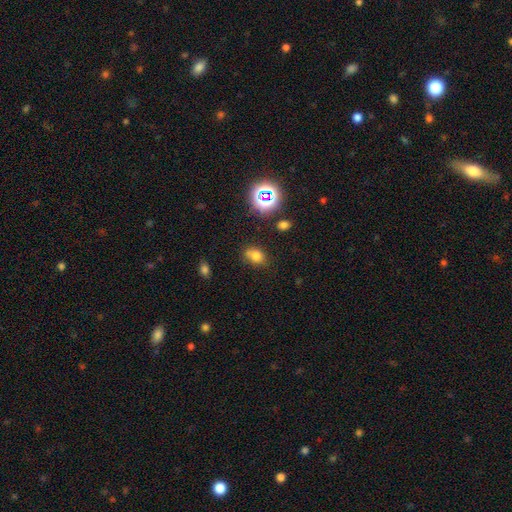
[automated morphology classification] Smooth or featured?
  - smooth: 71% *
  - star or artifact: 19%
  - featured or disk: 10%
How rounded?
  - in between: 56% *
  - round: 43%
  - cigar-shaped: 1%
Merging?
  - none: 58% *
  - minor disturbance: 18%
  - merger: 17%
  - major disturbance: 6%